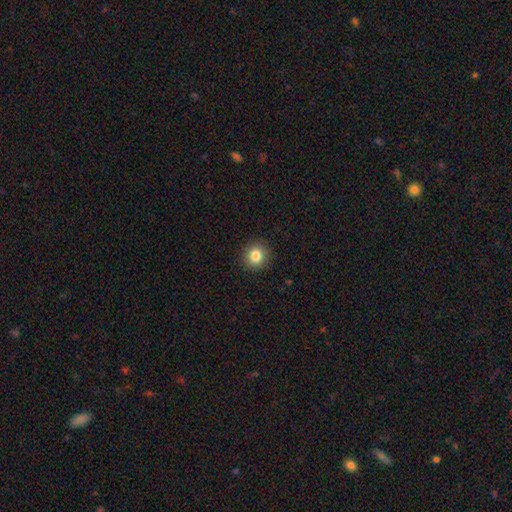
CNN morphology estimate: This appears to be a smooth galaxy with no disk features (84%) that is round (91%). Merging: none (91%).